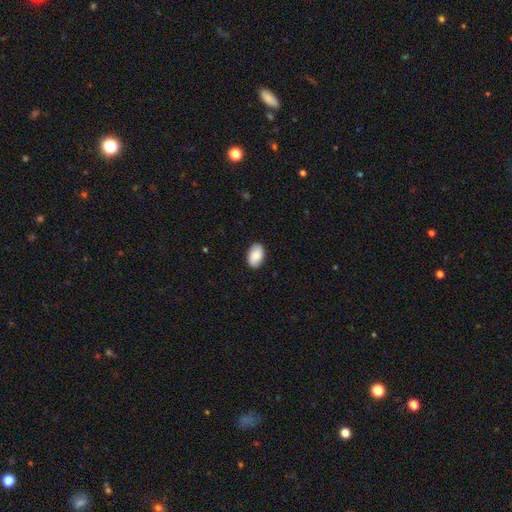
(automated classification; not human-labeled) This appears to be a smooth galaxy with no disk features (82%) that is in between round and cigar-shaped (91%). Merging: none (88%).